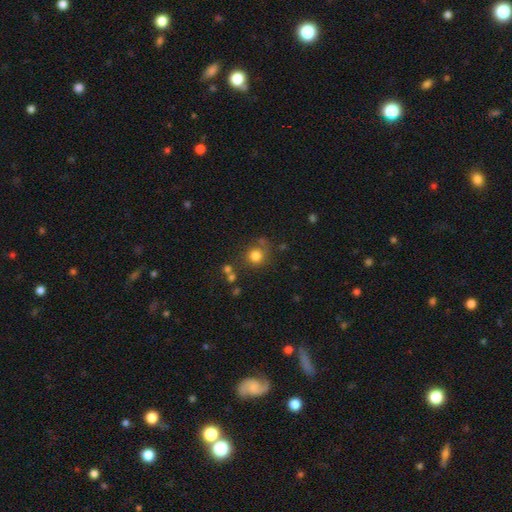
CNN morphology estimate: smooth_or_featured: smooth (p=0.79) [alt: star or artifact p=0.13]
how_rounded: round (p=0.90) [alt: in between p=0.09]
merging: none (p=0.73) [alt: minor disturbance p=0.12]